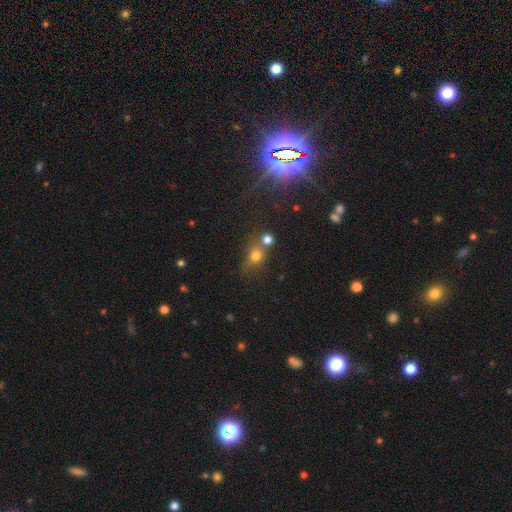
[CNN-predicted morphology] Overall: smooth (70%). How rounded: round (66%; in between 31%). Merging: none (47%; merger 33%).